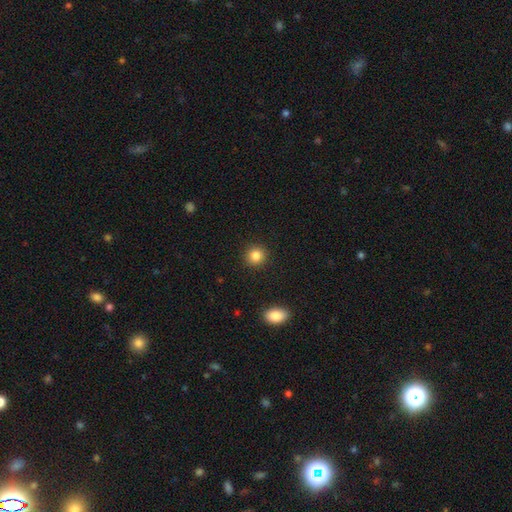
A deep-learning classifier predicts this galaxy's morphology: A smooth galaxy with no disk features (85%) that is round (91%). Merging: none (91%).